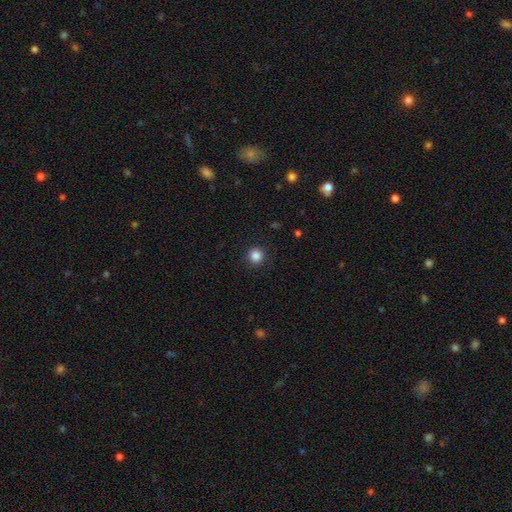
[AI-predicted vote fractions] This appears to be a smooth galaxy with no disk features (85%) that is round (95%). Merging: none (91%).